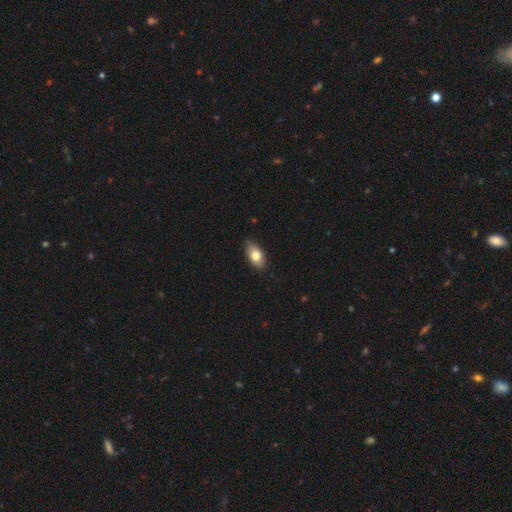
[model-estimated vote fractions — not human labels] smooth 78%, featured or disk 15%, star or artifact 7%. Down the decision tree: how rounded — in between (90%); merging — none (83%).